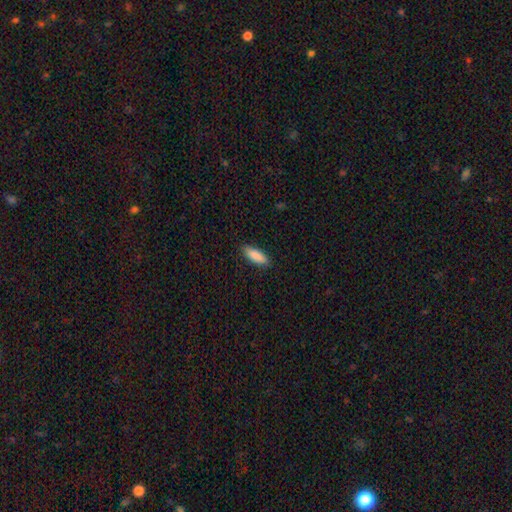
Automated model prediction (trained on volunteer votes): A smooth galaxy with no disk features (88%) that is in between round and cigar-shaped (51%).

Vote fractions:
- Smooth or featured? smooth: 88% / featured or disk: 7% / star or artifact: 6%
- How rounded? in between: 51% / cigar-shaped: 47% / round: 2%
- Merging? none: 88% / minor disturbance: 9% / major disturbance: 2% / merger: 1%